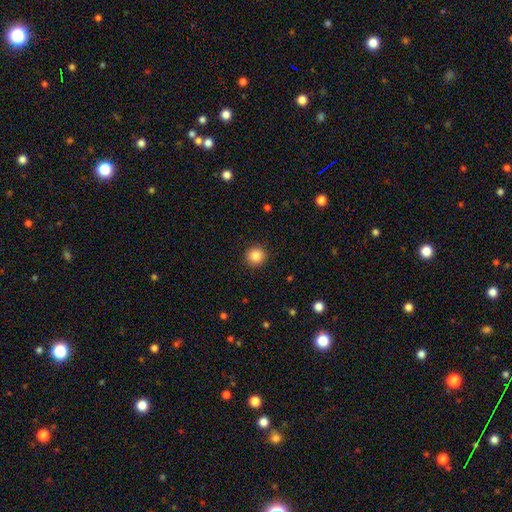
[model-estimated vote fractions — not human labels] smooth 85%, star or artifact 10%, featured or disk 5%. Down the decision tree: how rounded — round (93%); merging — none (92%).